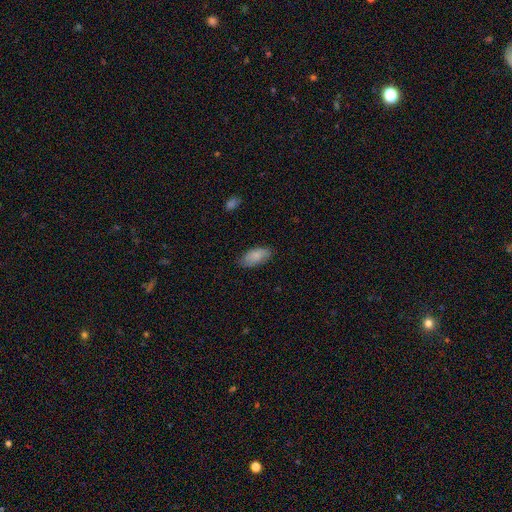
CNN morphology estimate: Smooth or featured? Predicted: smooth (p=0.83). How rounded? Predicted: in between (p=0.92). Merging? Predicted: none (p=0.80).